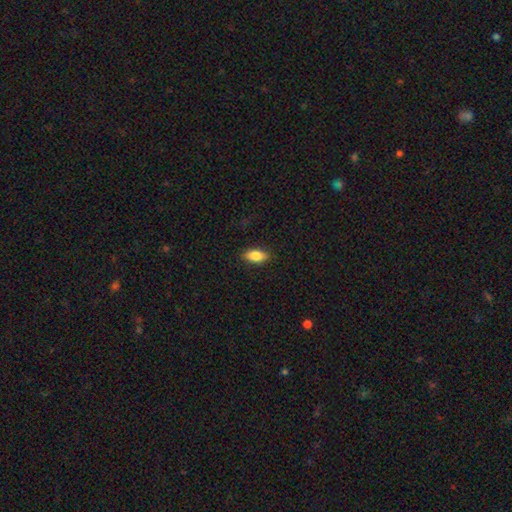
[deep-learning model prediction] smooth_or_featured: smooth (p=0.84) [alt: featured or disk p=0.09]
how_rounded: in between (p=0.87) [alt: cigar-shaped p=0.09]
merging: none (p=0.87) [alt: minor disturbance p=0.10]